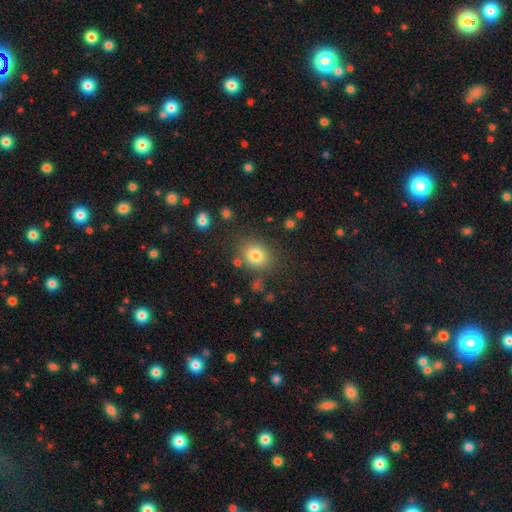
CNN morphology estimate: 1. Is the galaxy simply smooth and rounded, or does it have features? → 76% smooth, 16% star or artifact, 8% featured or disk.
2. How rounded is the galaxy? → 68% round, 31% in between, 1% cigar-shaped.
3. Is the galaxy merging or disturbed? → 83% none, 10% minor disturbance, 4% merger, 3% major disturbance.